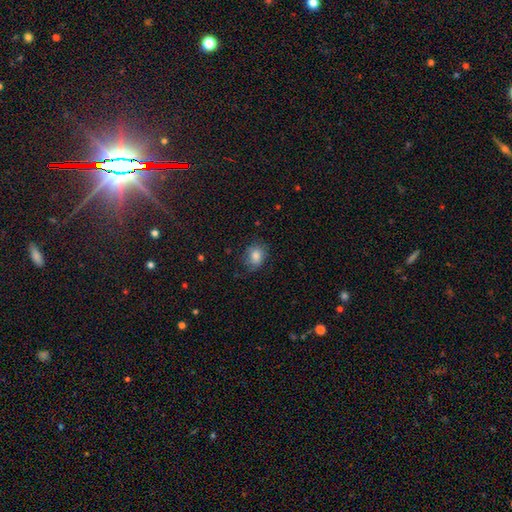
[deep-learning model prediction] smooth 81%, featured or disk 10%, star or artifact 10%. Down the decision tree: how rounded — round (56%); merging — none (68%).